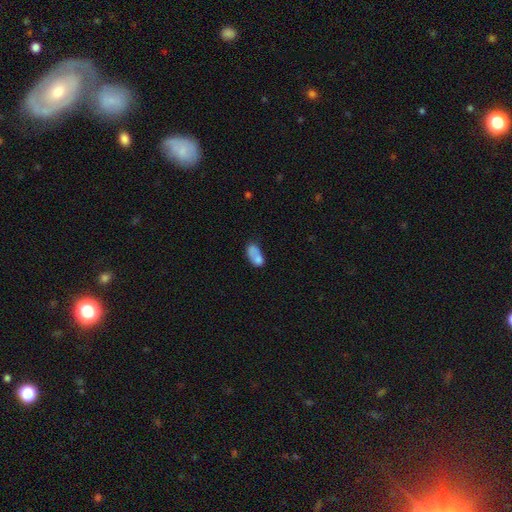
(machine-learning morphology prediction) This is likely a smooth galaxy (72%). How rounded: clearly in between (86%). Merging: marginally merger (41%).